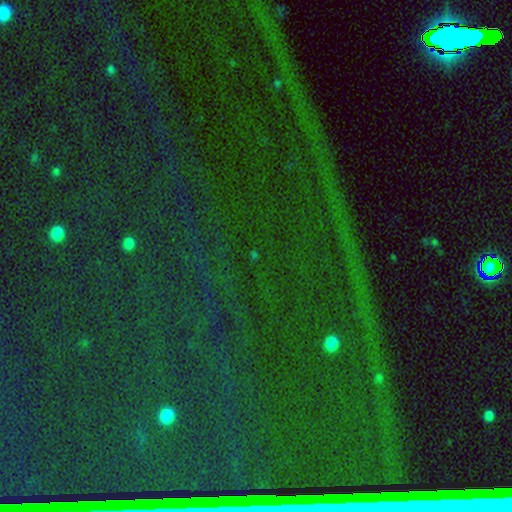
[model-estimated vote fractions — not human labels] Overall: star or artifact (85%).